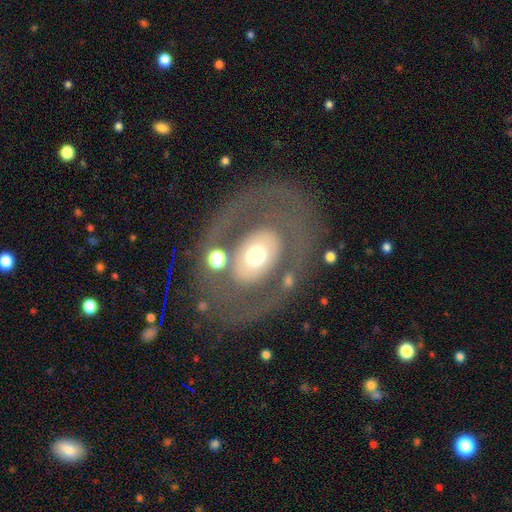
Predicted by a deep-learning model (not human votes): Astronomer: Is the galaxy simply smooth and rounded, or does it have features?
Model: featured or disk — 48% (runner-up: smooth, 43%).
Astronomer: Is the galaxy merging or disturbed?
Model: none — 68%.